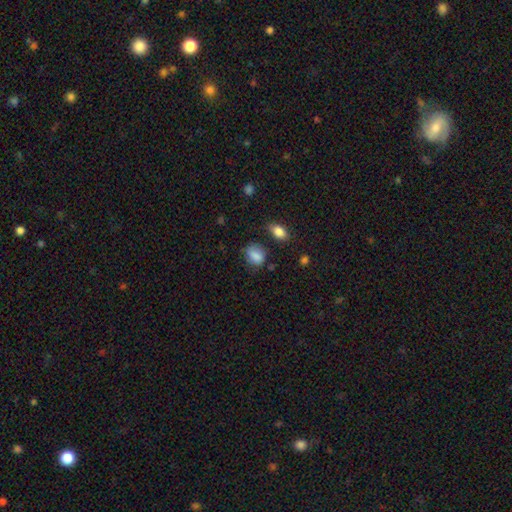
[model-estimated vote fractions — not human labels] Overall: smooth (84%). How rounded: in between (67%; round 31%). Merging: none (60%; minor disturbance 28%).